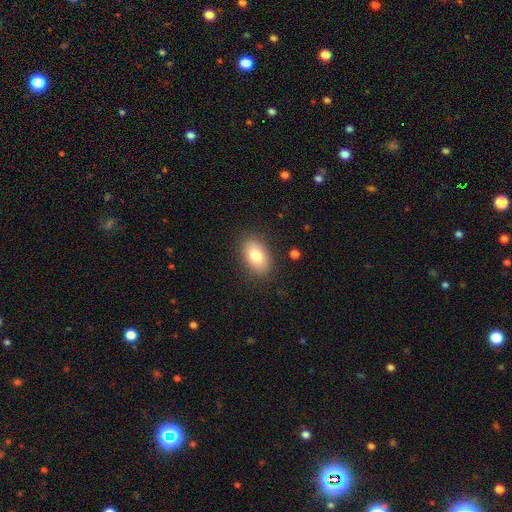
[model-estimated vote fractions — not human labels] smooth 81%, featured or disk 11%, star or artifact 7%. Down the decision tree: how rounded — in between (90%); merging — none (85%).